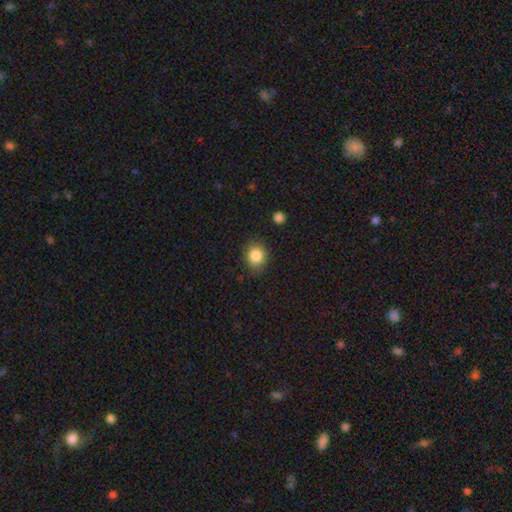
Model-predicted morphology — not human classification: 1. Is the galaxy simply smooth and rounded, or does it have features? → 84% smooth, 10% star or artifact, 6% featured or disk.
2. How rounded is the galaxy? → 68% round, 31% in between, 1% cigar-shaped.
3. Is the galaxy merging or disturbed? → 85% none, 11% minor disturbance, 3% major disturbance, 2% merger.